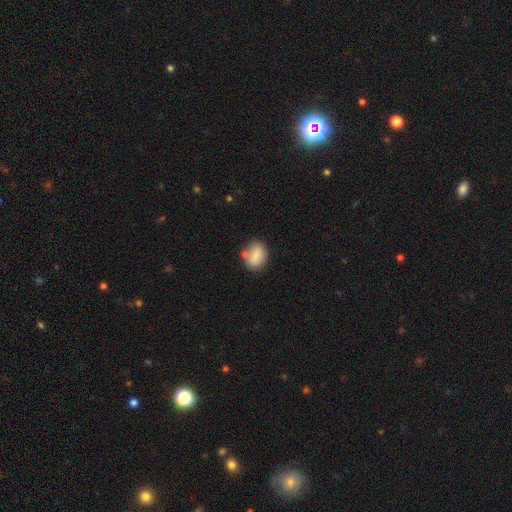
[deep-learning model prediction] Overall: smooth (78%). How rounded: in between (54%; round 45%). Merging: none (66%).